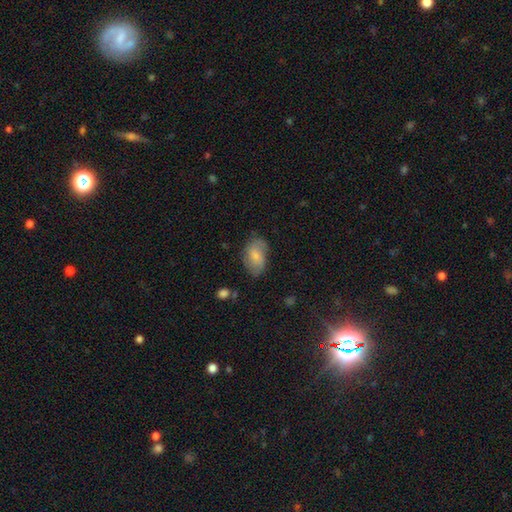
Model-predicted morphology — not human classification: The model was most divided on "merging": none: 66%, minor disturbance: 25%, major disturbance: 8%, merger: 2%. More confident: how rounded — in between (90%); smooth or featured — smooth (69%).